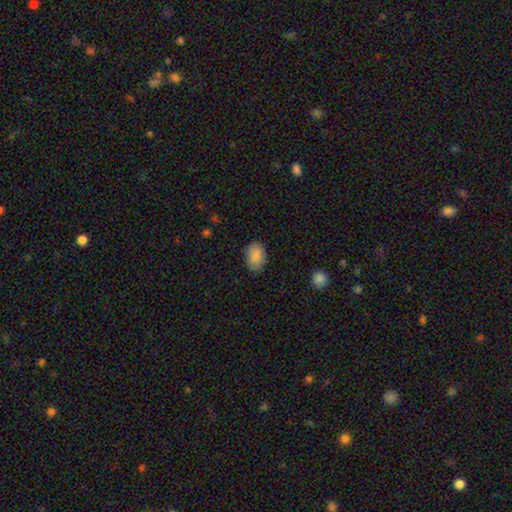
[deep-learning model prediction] Morphology: type=smooth (88%); roundness=in between (83%); merging=none (84%).